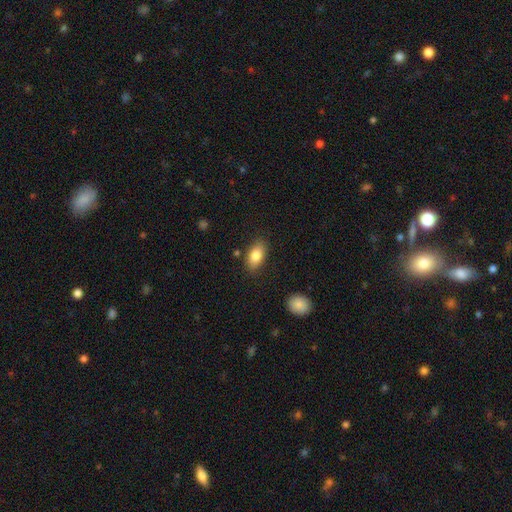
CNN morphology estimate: type=smooth (83%); roundness=in between (91%); merging=none (83%).